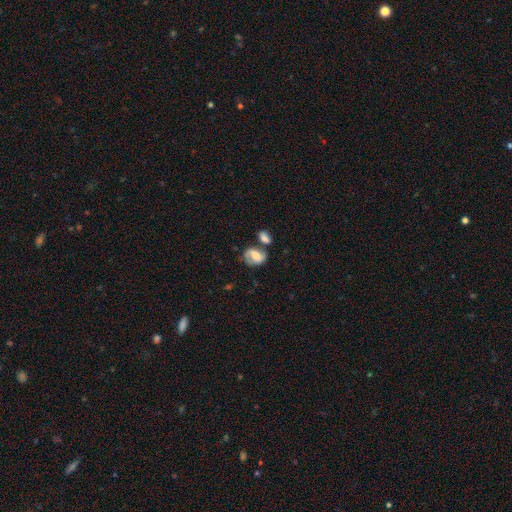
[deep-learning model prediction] Overall: smooth (47%; featured or disk 45%). Merging: none (42%; merger 27%).